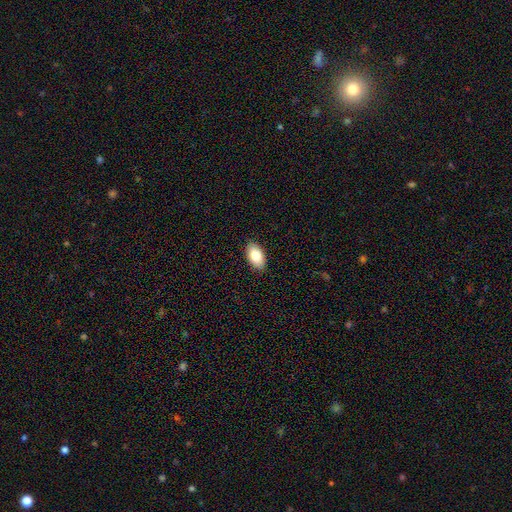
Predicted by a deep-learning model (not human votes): Smooth or featured? smooth (84%)
How rounded? in between (94%)
Merging? none (89%)